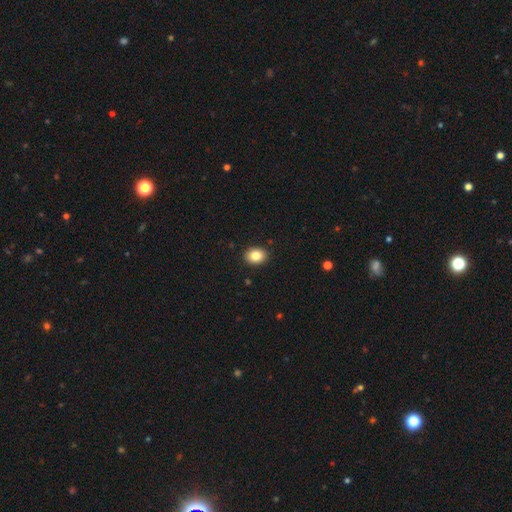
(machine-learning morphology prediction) Smooth or featured?
  - smooth: 84% *
  - star or artifact: 9%
  - featured or disk: 7%
How rounded?
  - in between: 56% *
  - round: 43%
  - cigar-shaped: 1%
Merging?
  - none: 91% *
  - minor disturbance: 7%
  - major disturbance: 2%
  - merger: 1%